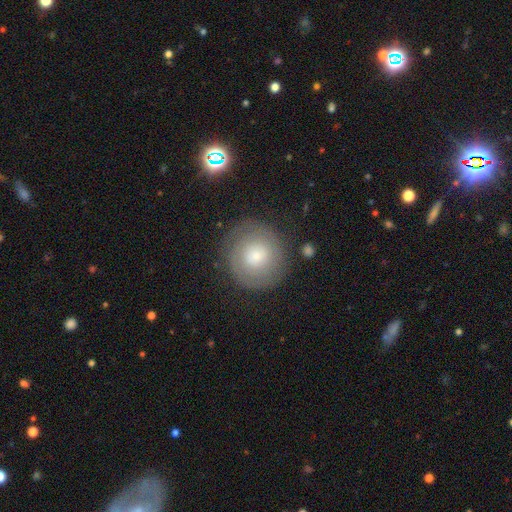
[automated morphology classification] Smooth or featured? Predicted: smooth (p=0.48). Merging? Predicted: none (p=0.82).